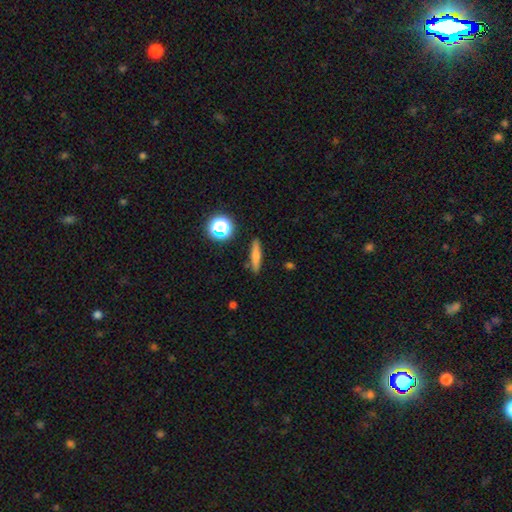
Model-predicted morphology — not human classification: type=smooth (68%); roundness=cigar-shaped (82%); merging=none (87%).